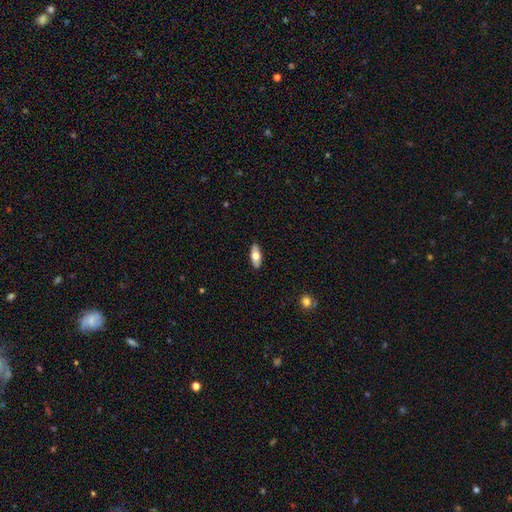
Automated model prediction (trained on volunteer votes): Smooth or featured: smooth — 65% (featured or disk — 29%)
How rounded: in between — 82% (cigar-shaped — 15%)
Merging: none — 89% (minor disturbance — 9%)